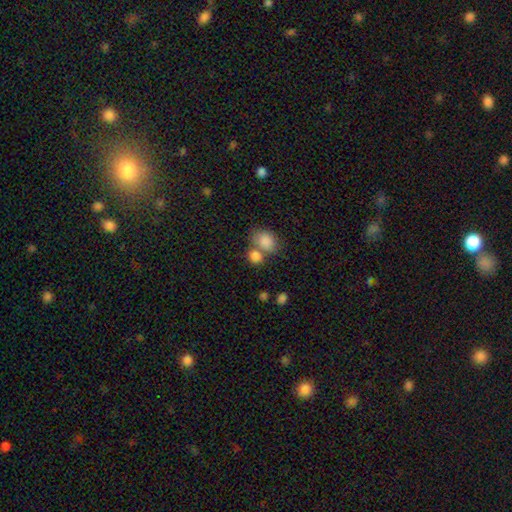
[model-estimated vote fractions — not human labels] Overall: smooth (83%). How rounded: round (50%; in between 49%). Merging: merger (47%; none 39%).